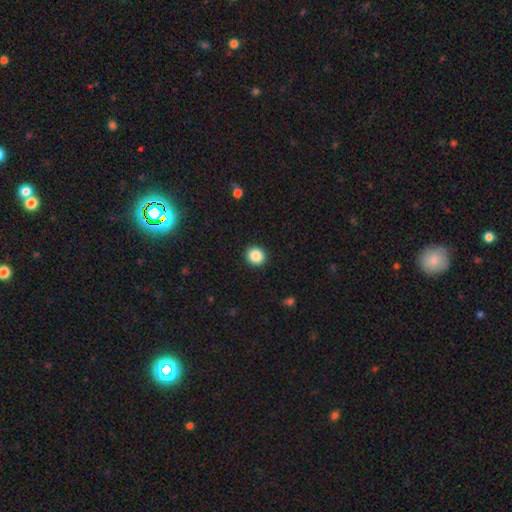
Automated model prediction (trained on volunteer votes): A smooth galaxy with no disk features (87%) that is round (86%).

Vote fractions:
- Smooth or featured? smooth: 87% / star or artifact: 10% / featured or disk: 4%
- How rounded? round: 86% / in between: 13% / cigar-shaped: 1%
- Merging? none: 92% / minor disturbance: 5% / major disturbance: 2% / merger: 1%